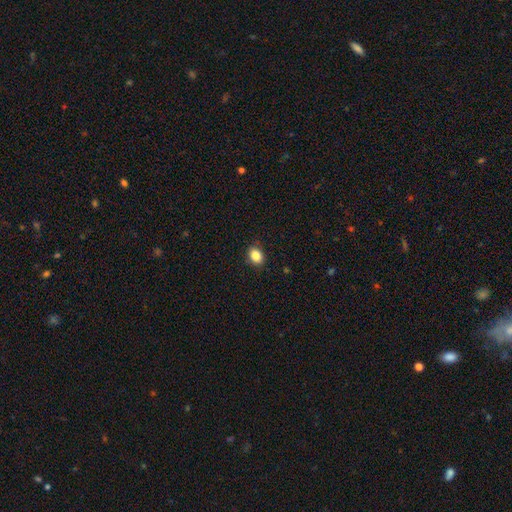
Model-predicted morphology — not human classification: smooth 86%, star or artifact 9%, featured or disk 5%. Down the decision tree: how rounded — in between (67%); merging — none (89%).